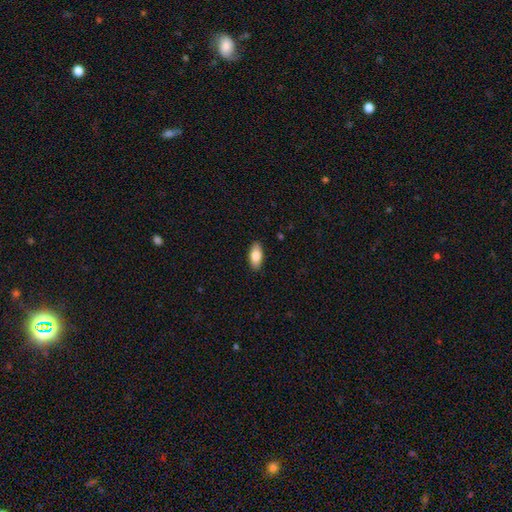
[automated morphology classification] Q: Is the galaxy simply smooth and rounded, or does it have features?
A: smooth — 84%.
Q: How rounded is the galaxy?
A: in between — 88%.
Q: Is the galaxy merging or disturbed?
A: none — 89%.